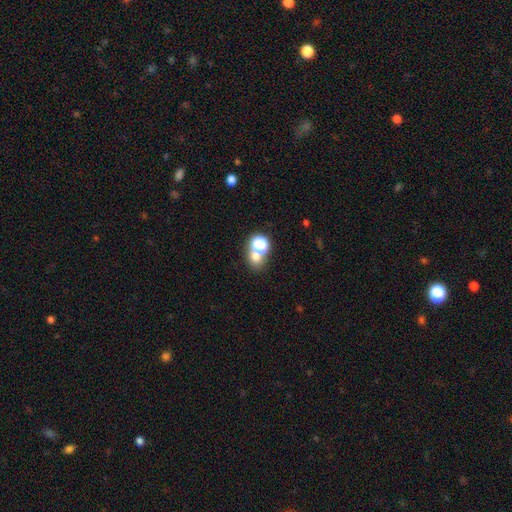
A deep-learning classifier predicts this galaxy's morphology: Smooth or featured?
  - smooth: 62% *
  - star or artifact: 27%
  - featured or disk: 11%
How rounded?
  - round: 70% *
  - in between: 29%
  - cigar-shaped: 1%
Merging?
  - none: 48% *
  - merger: 39%
  - minor disturbance: 8%
  - major disturbance: 5%